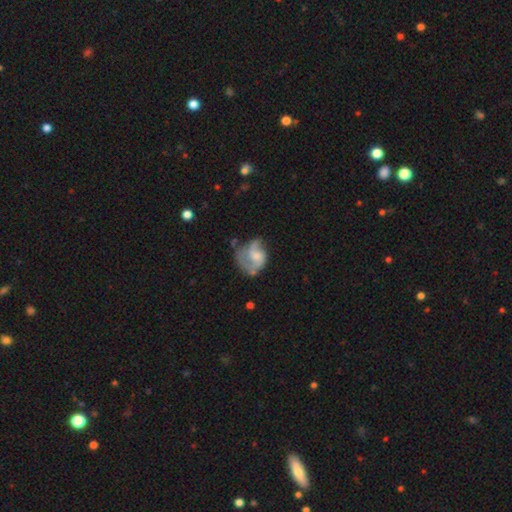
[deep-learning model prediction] This is likely a featured or disk galaxy (67%). It is clearly not viewed edge-on (98%). Bar: likely no (60%). Spiral arm pattern: clearly yes (83%). Spiral arm count: possibly 2 (59%). Spiral winding: marginally medium (44%). Central bulge: marginally small (39%). Merging: marginally none (42%).